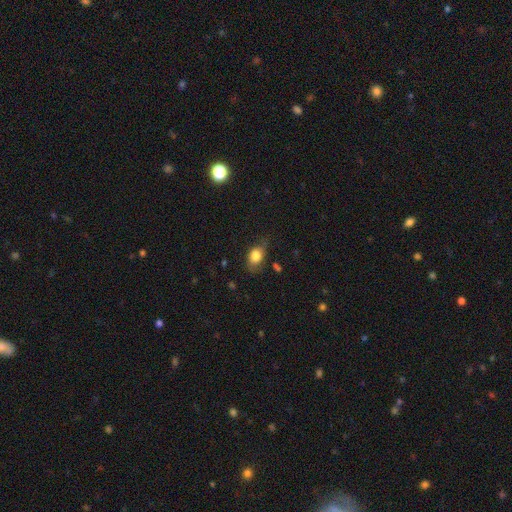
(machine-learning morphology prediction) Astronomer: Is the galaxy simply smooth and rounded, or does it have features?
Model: smooth — 79%.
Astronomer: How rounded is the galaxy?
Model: in between — 74%.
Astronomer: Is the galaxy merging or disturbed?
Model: none — 55% (runner-up: minor disturbance, 32%).